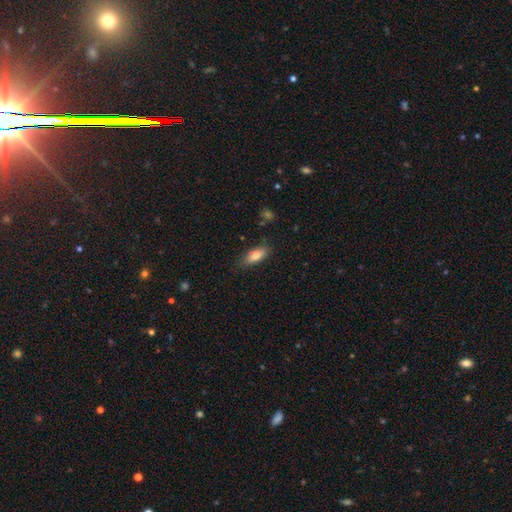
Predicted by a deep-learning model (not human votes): Smooth or featured: smooth — 79% (featured or disk — 14%)
How rounded: in between — 69% (cigar-shaped — 29%)
Merging: none — 81% (minor disturbance — 15%)